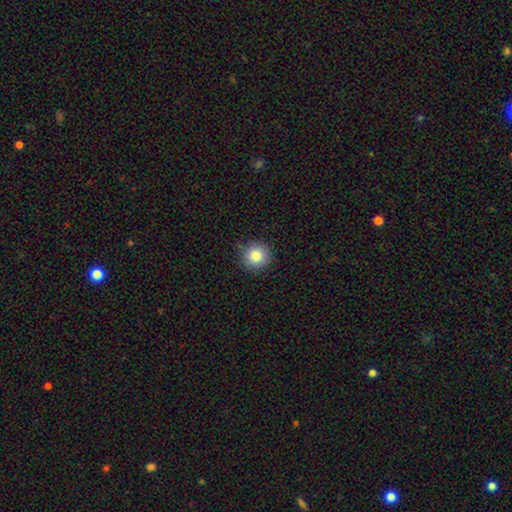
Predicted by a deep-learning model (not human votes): Smooth or featured: smooth — 86% (star or artifact — 9%)
How rounded: round — 94% (in between — 5%)
Merging: none — 86% (minor disturbance — 10%)